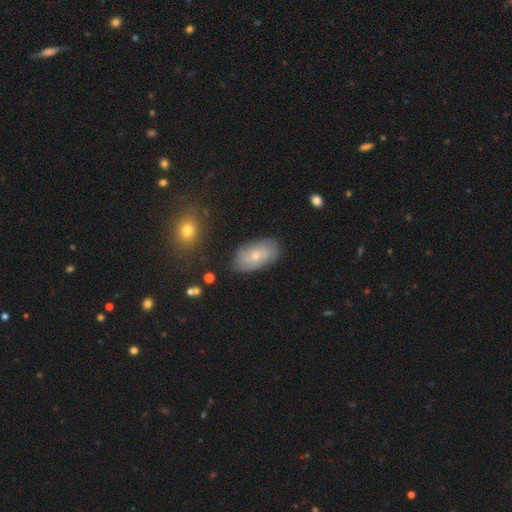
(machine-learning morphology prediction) The model was most divided on "smooth or featured": smooth: 47%, featured or disk: 45%, star or artifact: 8%. More confident: merging — none (79%).